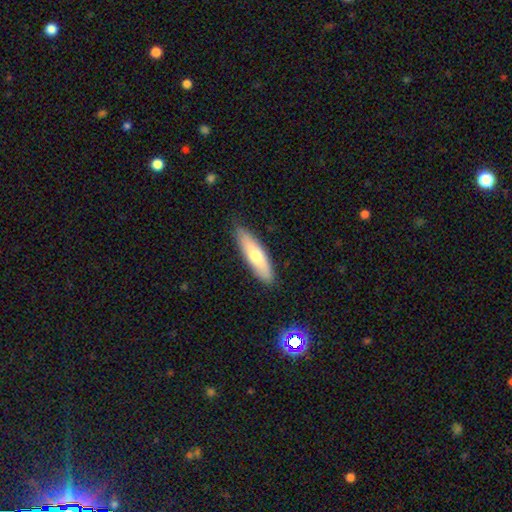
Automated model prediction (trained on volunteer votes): A smooth galaxy with no disk features (65%) that is cigar-shaped (67%). Merging: none (86%).